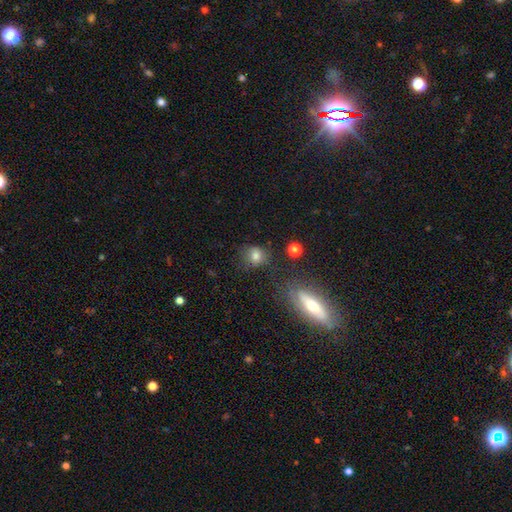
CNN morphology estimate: A smooth galaxy with no disk features (77%) that is round (71%).

Vote fractions:
- Smooth or featured? smooth: 77% / star or artifact: 13% / featured or disk: 11%
- How rounded? round: 71% / in between: 28% / cigar-shaped: 2%
- Merging? none: 66% / minor disturbance: 20% / major disturbance: 9% / merger: 6%